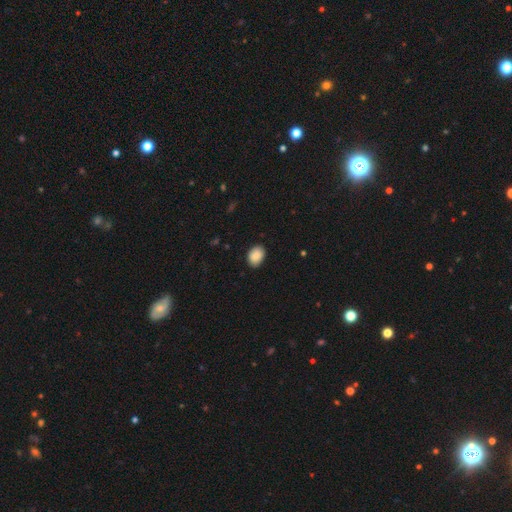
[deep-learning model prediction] A smooth galaxy with no disk features (90%) that is in between round and cigar-shaped (76%). Merging: none (85%).